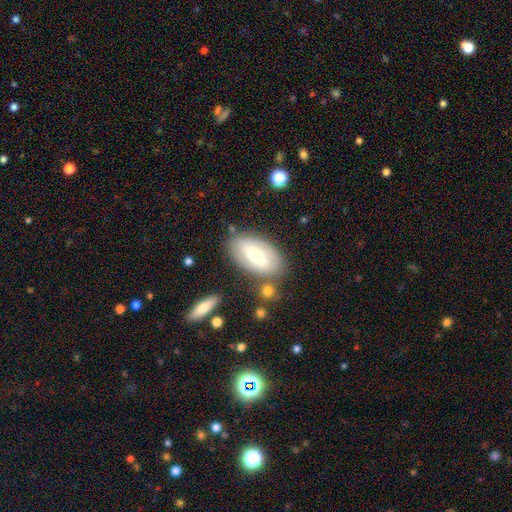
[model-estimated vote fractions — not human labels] smooth_or_featured: featured or disk (p=0.52) [alt: smooth p=0.42]
disk_edge_on: no (p=0.87) [alt: yes p=0.13]
merging: none (p=0.73) [alt: minor disturbance p=0.16]